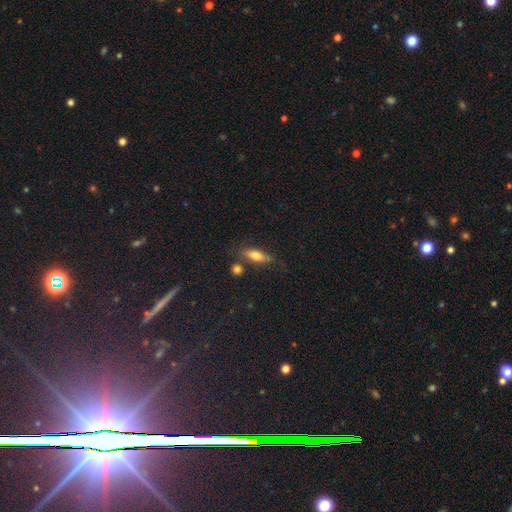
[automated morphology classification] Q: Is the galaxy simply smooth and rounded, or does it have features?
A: smooth — 69%.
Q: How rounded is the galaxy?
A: in between — 63%.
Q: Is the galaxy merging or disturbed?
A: none — 68%.